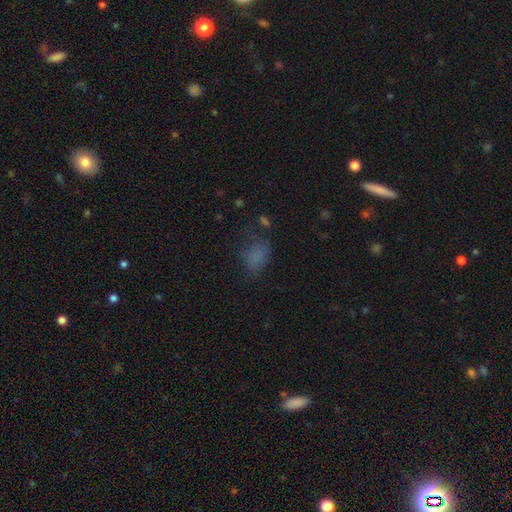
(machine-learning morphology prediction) A smooth galaxy with no disk features (69%) that is in between round and cigar-shaped (79%). Merging: none (48%).